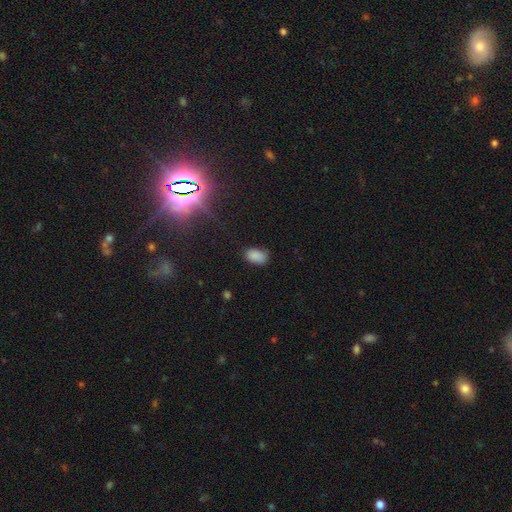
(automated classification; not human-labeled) smooth-or-featured: smooth: 84% | star or artifact: 12% | featured or disk: 4%
  how-rounded: in between: 91% | round: 7% | cigar-shaped: 1%
  merging: none: 77% | minor disturbance: 18% | major disturbance: 4% | merger: 2%